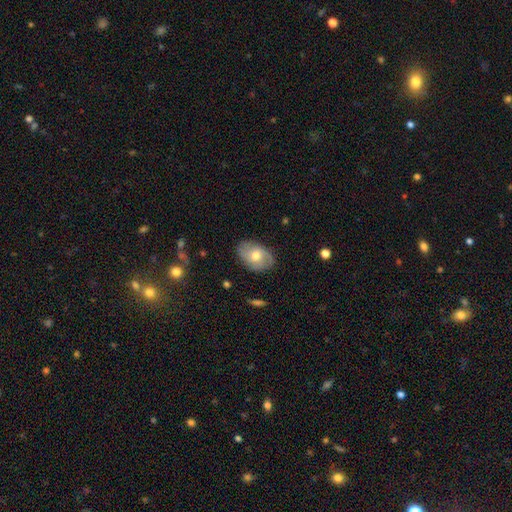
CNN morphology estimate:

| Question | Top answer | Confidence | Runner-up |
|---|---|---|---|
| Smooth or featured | smooth | 49% | featured or disk (44%) |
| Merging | none | 79% | minor disturbance (16%) |